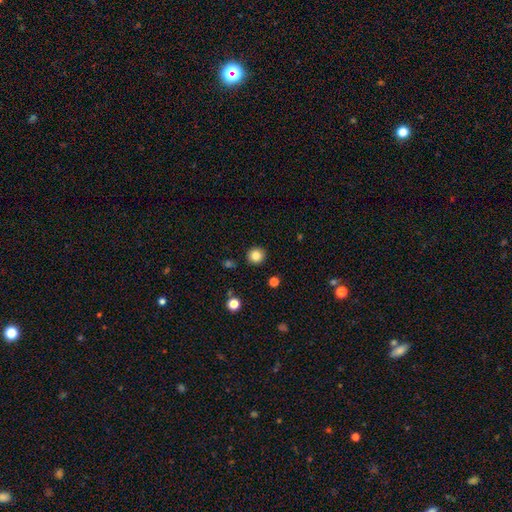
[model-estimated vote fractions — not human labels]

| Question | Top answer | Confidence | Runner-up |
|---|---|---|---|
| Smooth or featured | smooth | 84% | star or artifact (11%) |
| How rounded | round | 92% | in between (7%) |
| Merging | none | 91% | minor disturbance (5%) |